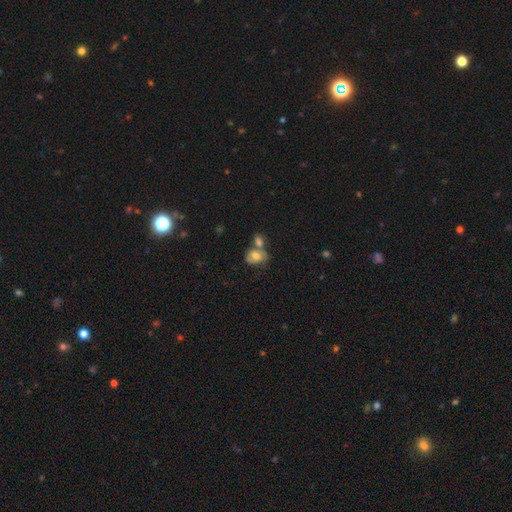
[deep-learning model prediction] This appears to be a smooth galaxy with no disk features (64%) that is in between round and cigar-shaped (66%). Merging: merger (44%).